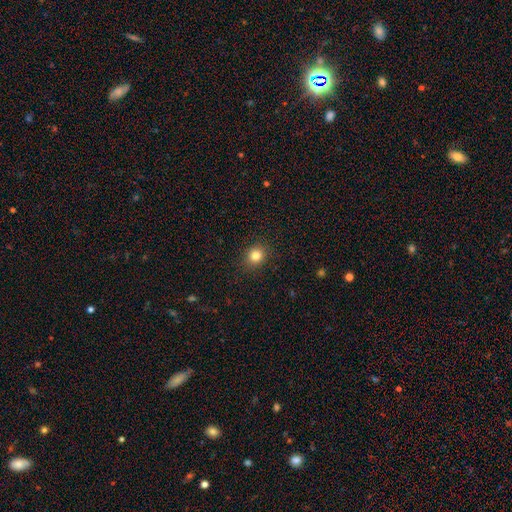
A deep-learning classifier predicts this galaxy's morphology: The model was most divided on "how rounded": round: 81%, in between: 18%, cigar-shaped: 1%. More confident: merging — none (90%); smooth or featured — smooth (82%).